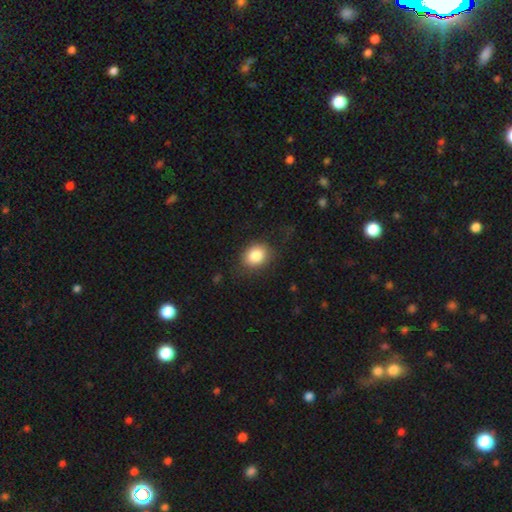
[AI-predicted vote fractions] Smooth or featured? Predicted: smooth (p=0.84). How rounded? Predicted: round (p=0.52). Merging? Predicted: none (p=0.77).